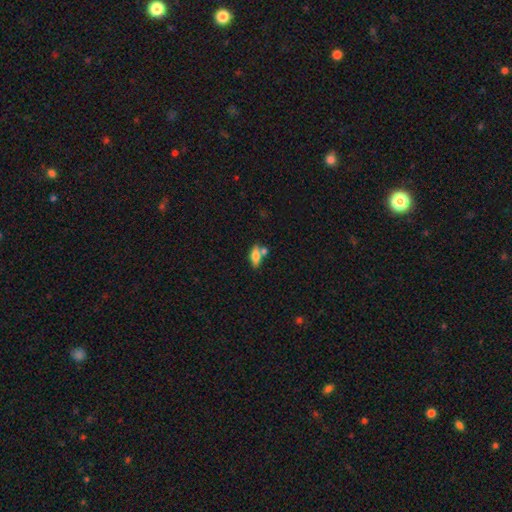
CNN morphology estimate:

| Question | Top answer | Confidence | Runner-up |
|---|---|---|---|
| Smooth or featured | smooth | 71% | featured or disk (22%) |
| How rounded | in between | 75% | cigar-shaped (21%) |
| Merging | none | 57% | merger (24%) |